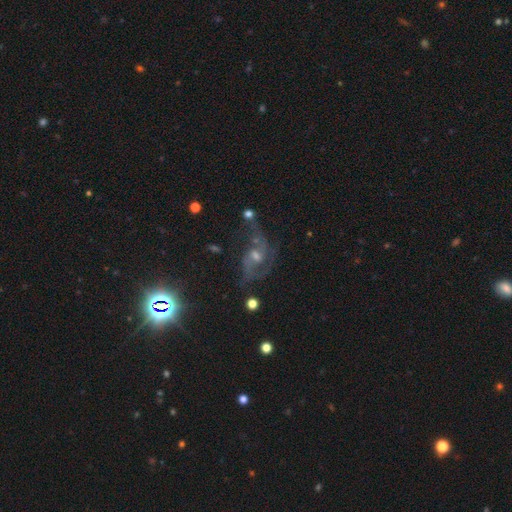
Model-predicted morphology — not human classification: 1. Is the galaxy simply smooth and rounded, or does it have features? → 69% featured or disk, 21% star or artifact, 10% smooth.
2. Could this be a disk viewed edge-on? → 96% no, 4% yes.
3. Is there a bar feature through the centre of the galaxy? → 54% no, 37% weak, 9% strong.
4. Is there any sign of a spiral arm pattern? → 90% yes, 10% no.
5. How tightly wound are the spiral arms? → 43% loose (tied), 43% medium (tied), 14% tight.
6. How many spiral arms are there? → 72% 2, 11% can't tell, 7% 1, 6% 3, 2% 4, 2% more than 4.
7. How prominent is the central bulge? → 50% moderate, 39% small, 5% none, 5% large, 1% dominant.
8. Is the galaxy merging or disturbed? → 51% none, 22% major disturbance, 18% minor disturbance, 9% merger.